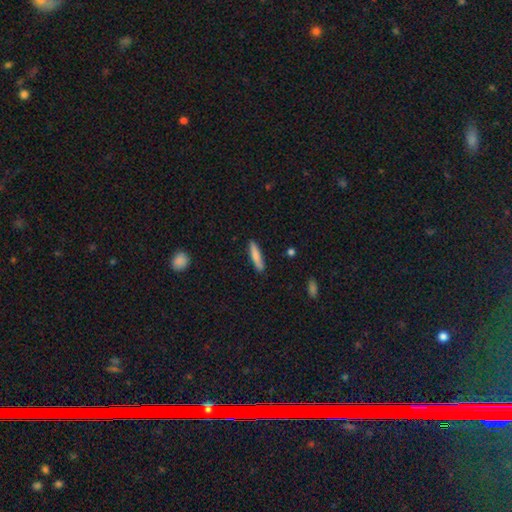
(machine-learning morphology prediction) smooth 78%, featured or disk 16%, star or artifact 6%. Down the decision tree: how rounded — cigar-shaped (88%); merging — none (86%).